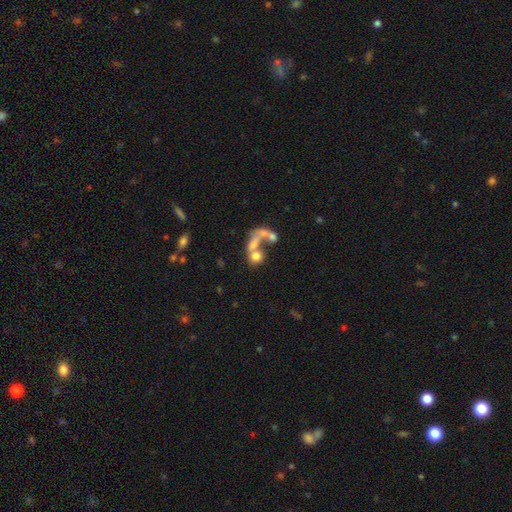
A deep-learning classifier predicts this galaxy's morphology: type=smooth (56%); roundness=round (52%); merging=merger (57%).